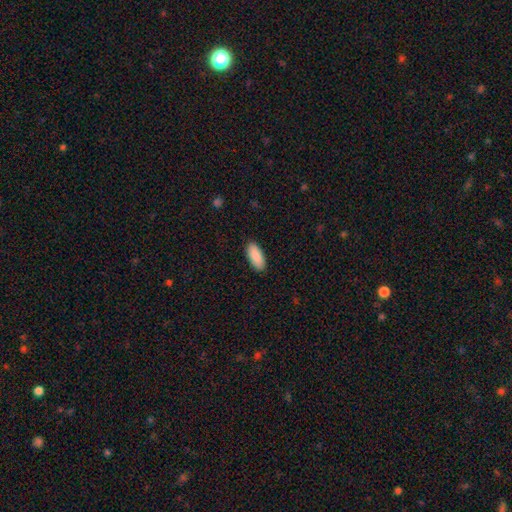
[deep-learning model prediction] Smooth or featured: smooth — 90% (star or artifact — 5%)
How rounded: in between — 83% (cigar-shaped — 15%)
Merging: none — 90% (minor disturbance — 7%)